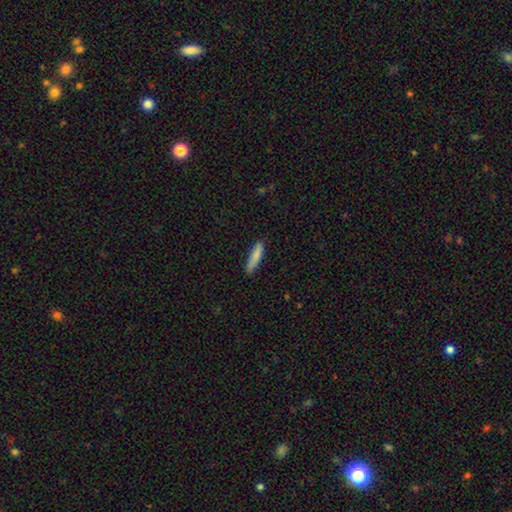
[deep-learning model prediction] smooth_or_featured: smooth (p=0.81) [alt: featured or disk p=0.13]
how_rounded: cigar-shaped (p=0.82) [alt: in between p=0.16]
merging: none (p=0.81) [alt: minor disturbance p=0.15]